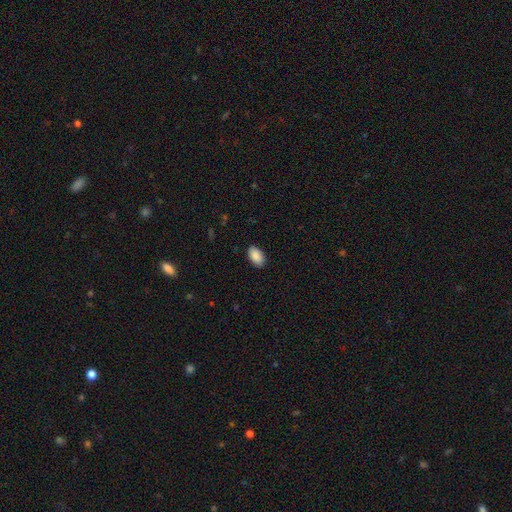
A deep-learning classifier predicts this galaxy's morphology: Smooth or featured: smooth — 90% (star or artifact — 6%)
How rounded: in between — 95% (round — 4%)
Merging: none — 90% (minor disturbance — 8%)